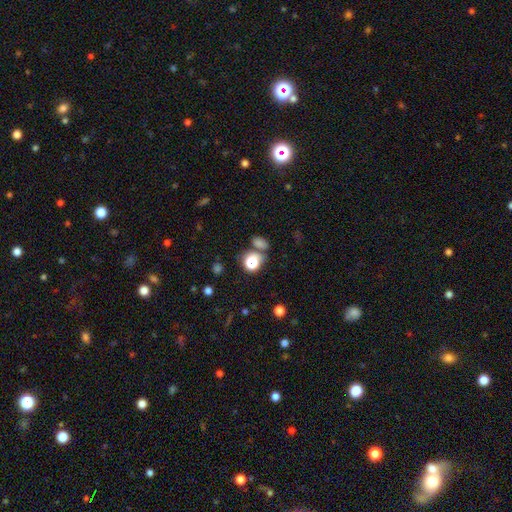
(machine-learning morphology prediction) type=star or artifact (46%).